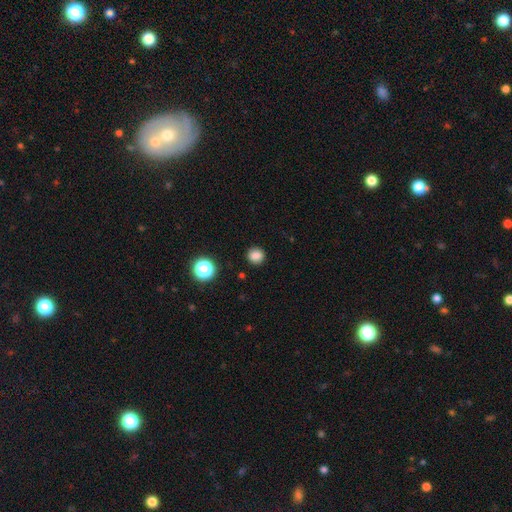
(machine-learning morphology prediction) Overall: smooth (84%). How rounded: round (86%). Merging: none (89%).